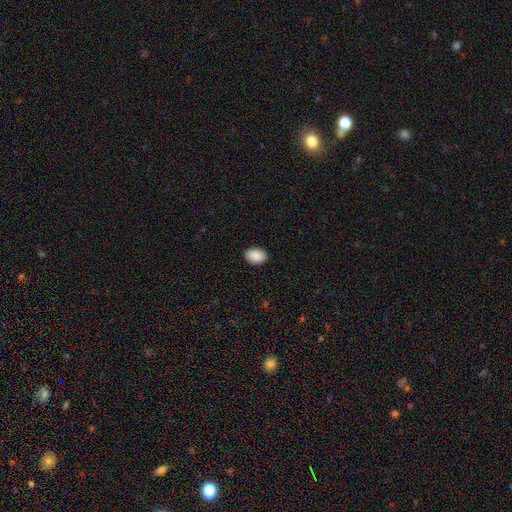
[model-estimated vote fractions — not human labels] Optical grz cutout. It shows a smooth galaxy with no disk features (90%) that is in between round and cigar-shaped (81%). Merging: none (89%).